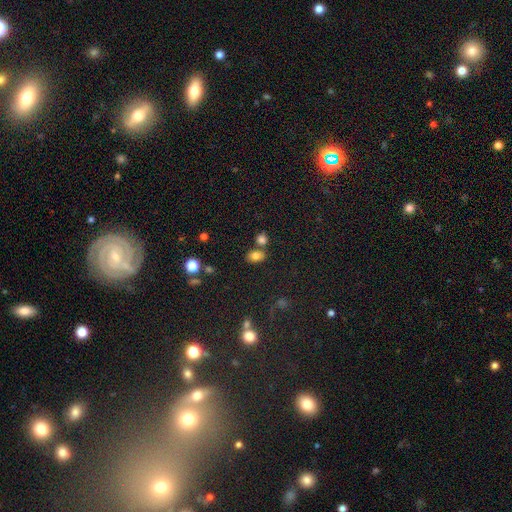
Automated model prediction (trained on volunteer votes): Morphology: type=smooth (78%); roundness=in between (76%); merging=none (64%).